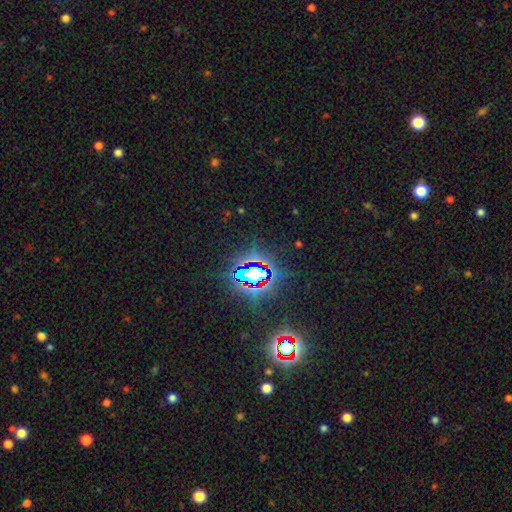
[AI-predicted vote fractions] This appears to be a star or artifact, not a galaxy (80%).